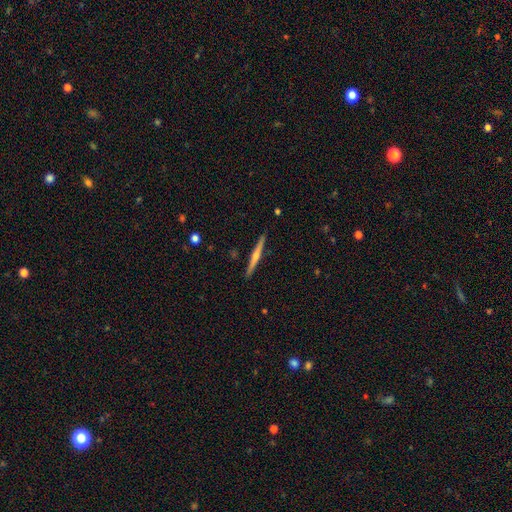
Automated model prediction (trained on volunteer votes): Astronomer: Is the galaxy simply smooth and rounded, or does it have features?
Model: featured or disk — 67%.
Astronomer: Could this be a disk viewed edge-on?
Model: yes — 98%.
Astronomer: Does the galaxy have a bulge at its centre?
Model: rounded — 79%.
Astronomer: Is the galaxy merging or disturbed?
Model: none — 92%.